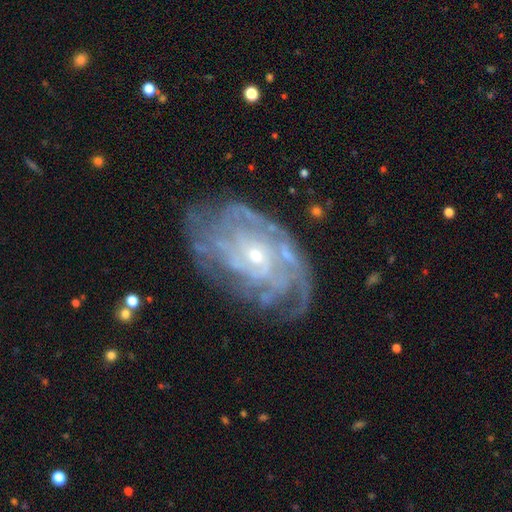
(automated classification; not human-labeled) A featured or disk galaxy (87%) with no bar (71%), tight (68%) spiral arms (93%) and a small central bulge (74%). Merging: none (68%).